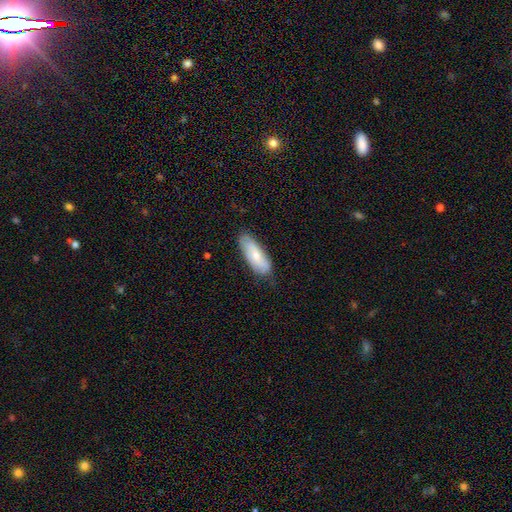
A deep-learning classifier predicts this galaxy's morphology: Smooth or featured? Predicted: smooth (p=0.68). How rounded? Predicted: in between (p=0.70). Merging? Predicted: none (p=0.77).